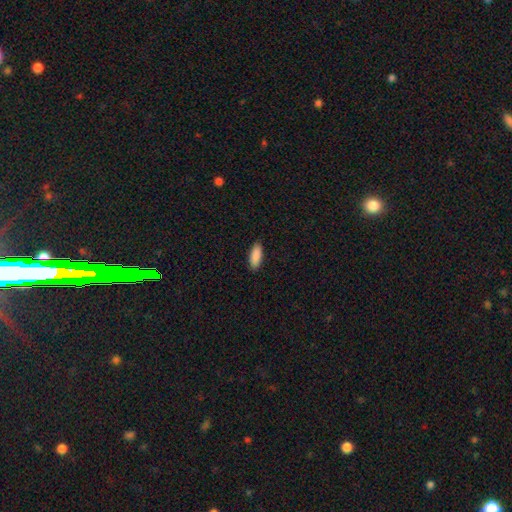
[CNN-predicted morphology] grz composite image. It shows a smooth galaxy with no disk features (90%) that is in between round and cigar-shaped (75%). Merging: none (89%).